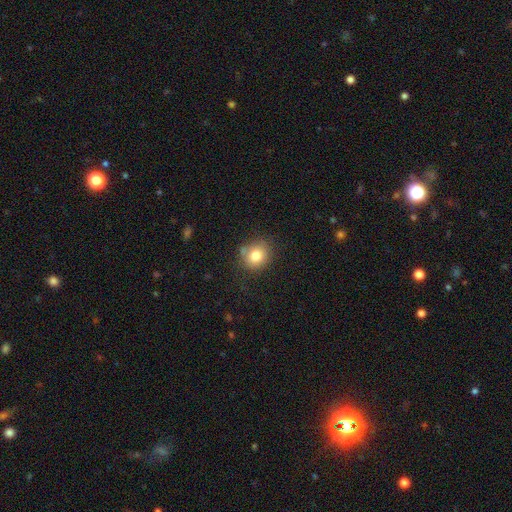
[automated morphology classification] Q: Smooth or featured?
A: smooth (79%); runner-up: star or artifact (11%)
Q: How rounded?
A: round (78%); runner-up: in between (21%)
Q: Merging?
A: none (73%); runner-up: minor disturbance (17%)